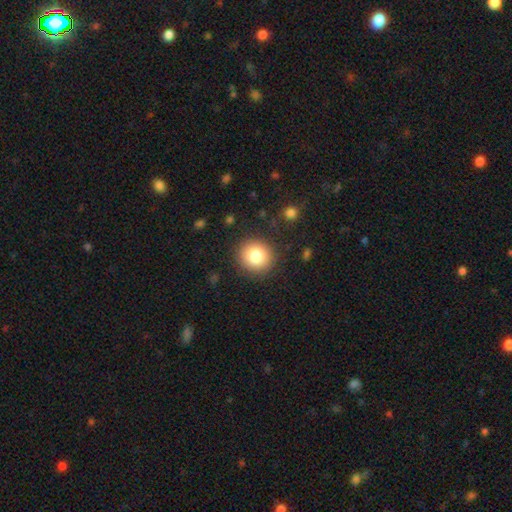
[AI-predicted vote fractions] Smooth or featured? Predicted: smooth (p=0.82). How rounded? Predicted: round (p=0.90). Merging? Predicted: none (p=0.89).